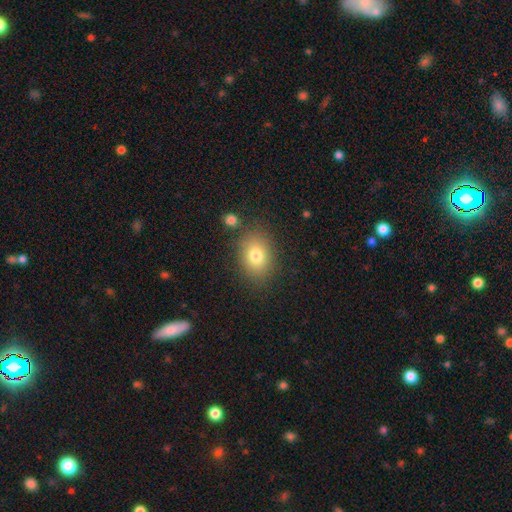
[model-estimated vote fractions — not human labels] smooth_or_featured: smooth (p=0.77) [alt: star or artifact p=0.12]
how_rounded: in between (p=0.63) [alt: round p=0.36]
merging: none (p=0.81) [alt: minor disturbance p=0.11]